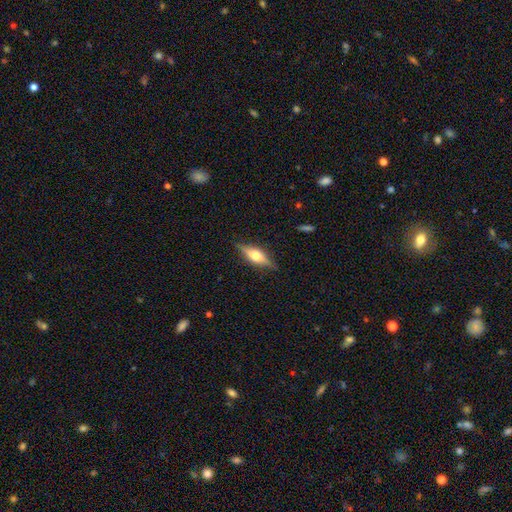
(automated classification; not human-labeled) A featured or disk galaxy (59%) viewed edge-on (94%) with a rounded central bulge (91%).

Vote fractions:
- Smooth or featured? featured or disk: 59% / smooth: 34% / star or artifact: 7%
- Edge-on disk? yes: 94% / no: 6%
- Edge-on bulge? rounded: 91% / boxy: 7% / none: 2%
- Merging? none: 85% / minor disturbance: 11% / major disturbance: 3% / merger: 1%